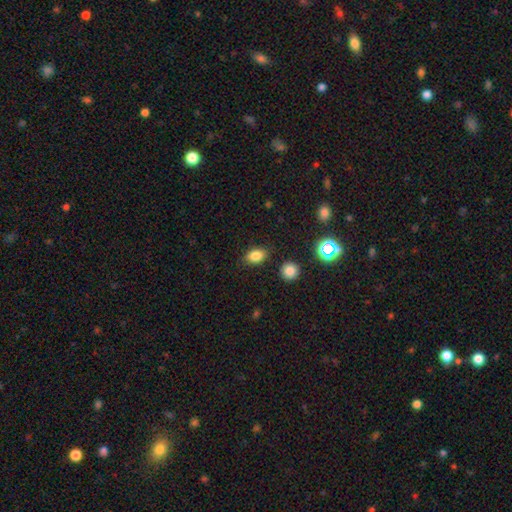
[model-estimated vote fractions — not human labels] This appears to be a smooth galaxy with no disk features (82%) that is in between round and cigar-shaped (78%). Merging: none (84%).